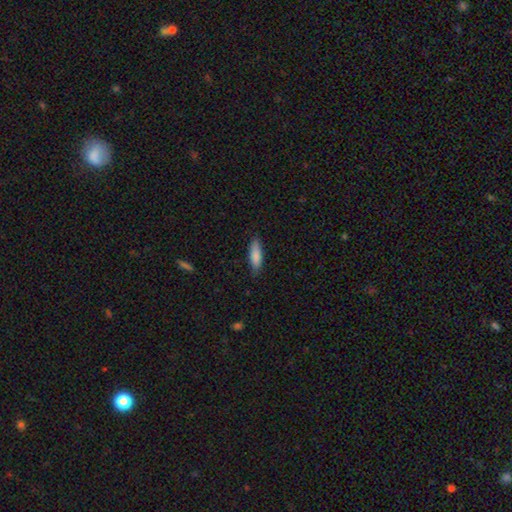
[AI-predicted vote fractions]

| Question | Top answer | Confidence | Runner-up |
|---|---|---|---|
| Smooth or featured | smooth | 85% | featured or disk (9%) |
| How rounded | cigar-shaped | 55% | in between (43%) |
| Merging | none | 82% | minor disturbance (15%) |